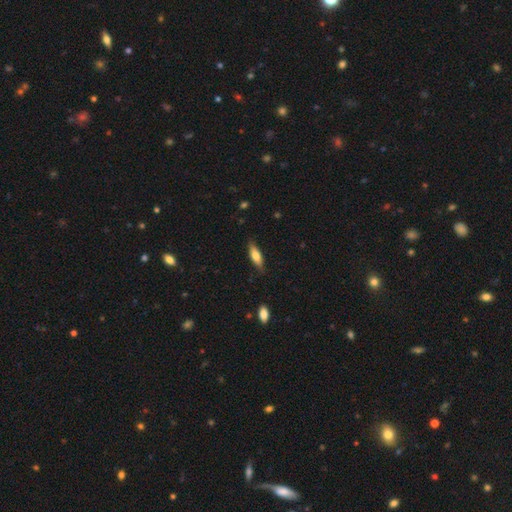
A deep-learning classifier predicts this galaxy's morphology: smooth_or_featured: smooth (p=0.67) [alt: featured or disk p=0.27]
how_rounded: in between (p=0.51) [alt: cigar-shaped p=0.47]
merging: none (p=0.82) [alt: minor disturbance p=0.14]